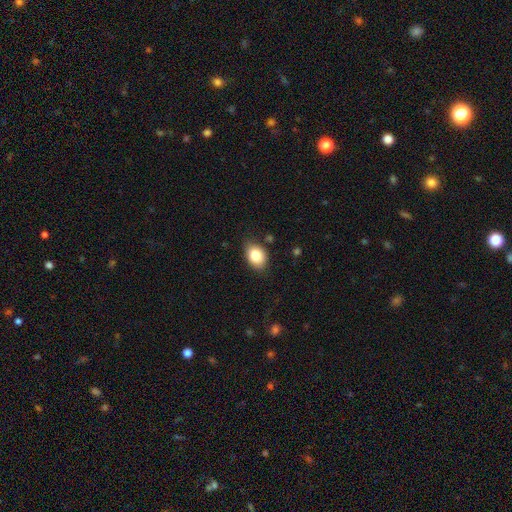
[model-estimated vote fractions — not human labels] Smooth or featured? Predicted: smooth (p=0.84). How rounded? Predicted: in between (p=0.75). Merging? Predicted: none (p=0.78).